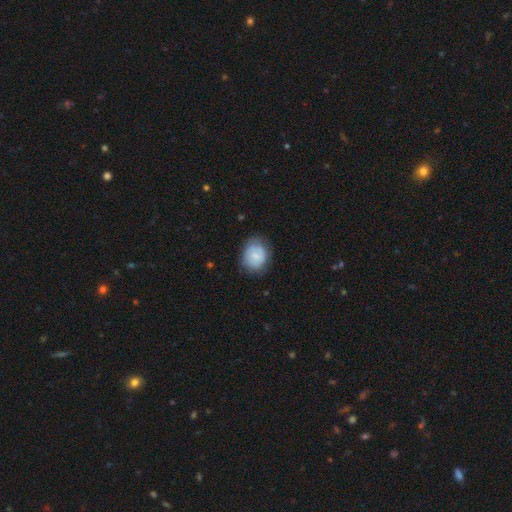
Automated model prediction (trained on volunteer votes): A smooth galaxy with no disk features (74%) that is round (64%).

Vote fractions:
- Smooth or featured? smooth: 74% / featured or disk: 19% / star or artifact: 7%
- How rounded? round: 64% / in between: 35% / cigar-shaped: 1%
- Merging? none: 70% / minor disturbance: 22% / major disturbance: 7% / merger: 1%